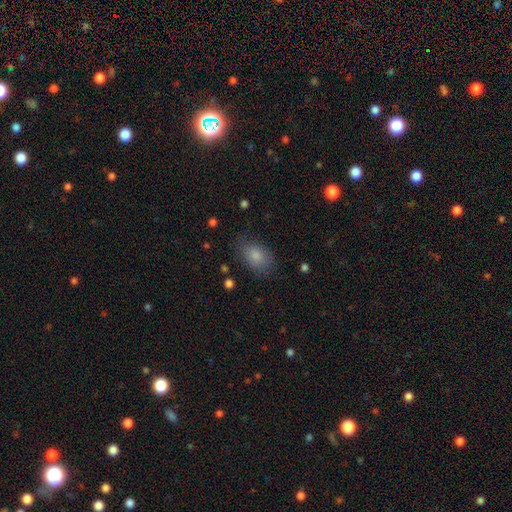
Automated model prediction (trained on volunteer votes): Smooth or featured: smooth — 83% (featured or disk — 8%)
How rounded: in between — 84% (round — 15%)
Merging: none — 74% (minor disturbance — 19%)